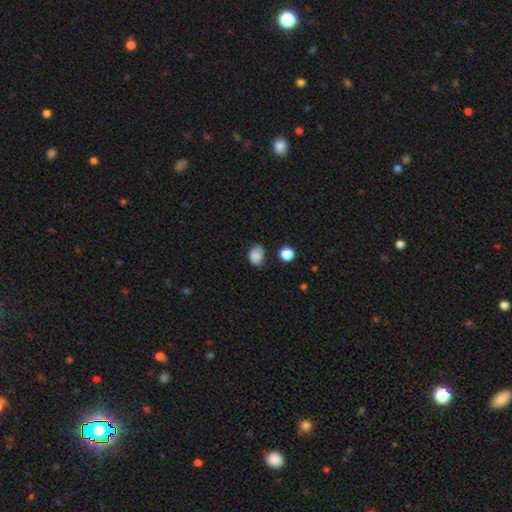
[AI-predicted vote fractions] A smooth galaxy with no disk features (84%) that is in between round and cigar-shaped (54%).

Vote fractions:
- Smooth or featured? smooth: 84% / star or artifact: 10% / featured or disk: 6%
- How rounded? in between: 54% / round: 45% / cigar-shaped: 1%
- Merging? none: 64% / minor disturbance: 27% / major disturbance: 6% / merger: 4%